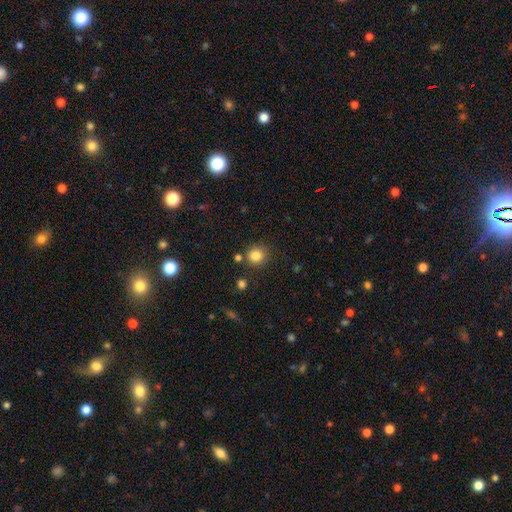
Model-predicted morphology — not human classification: Smooth or featured? Predicted: smooth (p=0.83). How rounded? Predicted: round (p=0.86). Merging? Predicted: none (p=0.80).